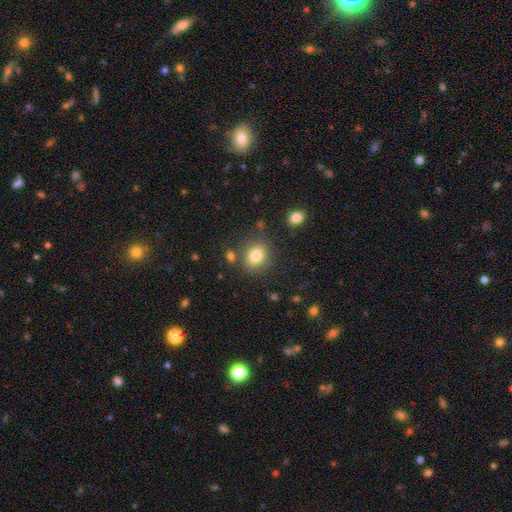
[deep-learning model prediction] Smooth or featured: smooth — 82% (star or artifact — 10%)
How rounded: round — 53% (in between — 46%)
Merging: none — 79% (minor disturbance — 11%)